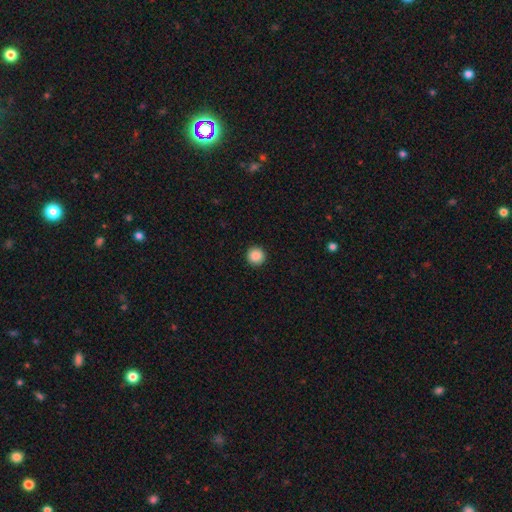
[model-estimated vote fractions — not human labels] This appears to be a smooth galaxy with no disk features (89%) that is round (96%). Merging: none (93%).